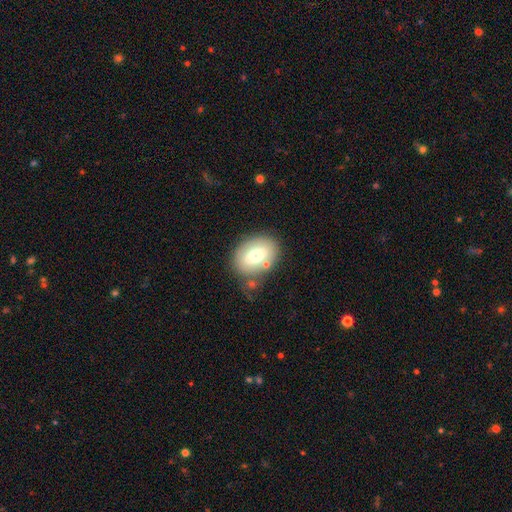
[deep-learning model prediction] A smooth galaxy with no disk features (62%) that is in between round and cigar-shaped (76%).

Vote fractions:
- Smooth or featured? smooth: 62% / featured or disk: 30% / star or artifact: 8%
- How rounded? in between: 76% / round: 23% / cigar-shaped: 1%
- Merging? none: 71% / minor disturbance: 15% / merger: 8% / major disturbance: 6%